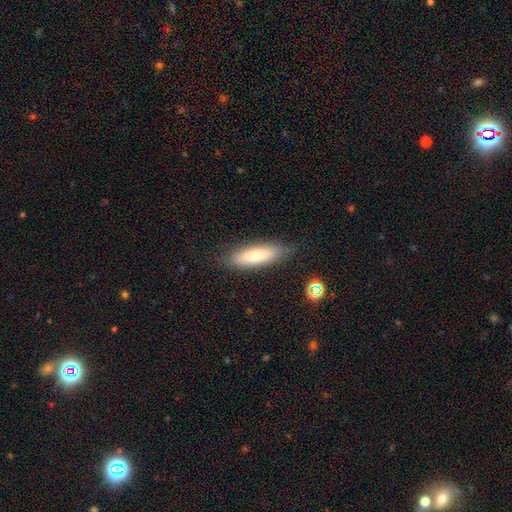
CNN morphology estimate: Smooth or featured?
  - smooth: 74% *
  - featured or disk: 19%
  - star or artifact: 7%
How rounded?
  - cigar-shaped: 55% *
  - in between: 44%
  - round: 2%
Merging?
  - none: 82% *
  - minor disturbance: 13%
  - major disturbance: 3%
  - merger: 2%